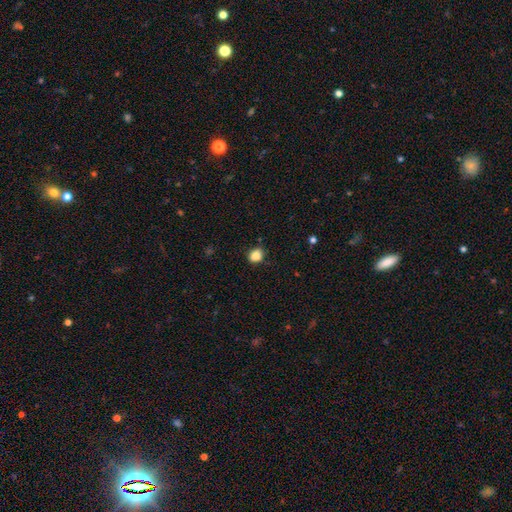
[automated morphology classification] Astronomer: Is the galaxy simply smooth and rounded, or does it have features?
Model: smooth — 86%.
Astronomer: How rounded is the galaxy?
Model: round — 67%.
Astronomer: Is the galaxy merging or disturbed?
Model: none — 82%.